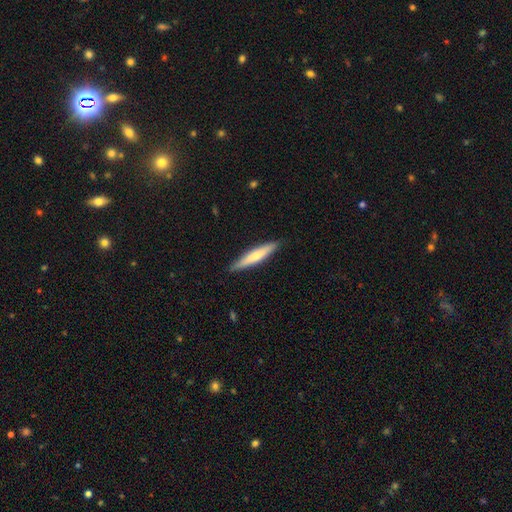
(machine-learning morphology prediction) Smooth or featured? smooth (59%)
How rounded? cigar-shaped (91%)
Merging? none (89%)